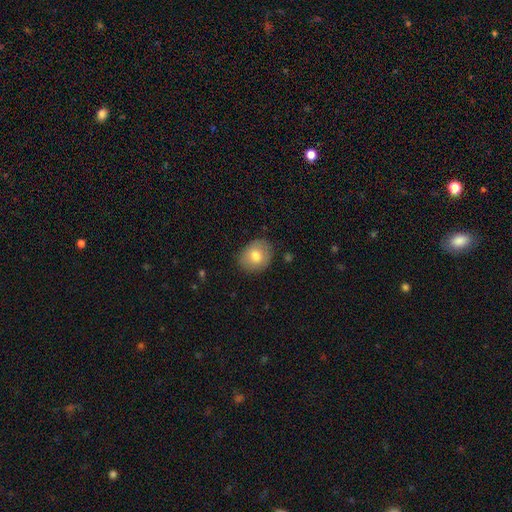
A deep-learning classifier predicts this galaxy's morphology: This is likely a smooth galaxy (76%). How rounded: possibly round (59%). Merging: clearly none (82%).